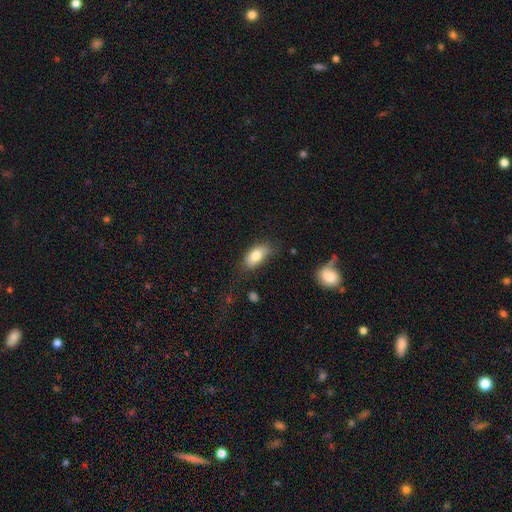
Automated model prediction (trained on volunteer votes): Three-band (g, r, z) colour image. It shows a smooth galaxy with no disk features (81%) that is in between round and cigar-shaped (90%). Merging: none (64%).